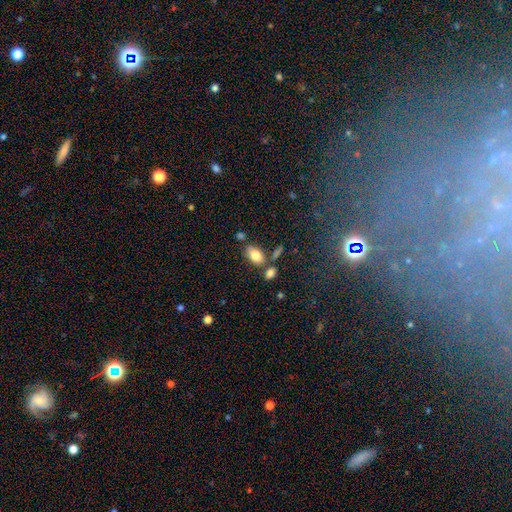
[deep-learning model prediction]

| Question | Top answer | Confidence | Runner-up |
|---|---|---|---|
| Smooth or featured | smooth | 81% | featured or disk (11%) |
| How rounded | in between | 91% | round (6%) |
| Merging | none | 64% | merger (19%) |